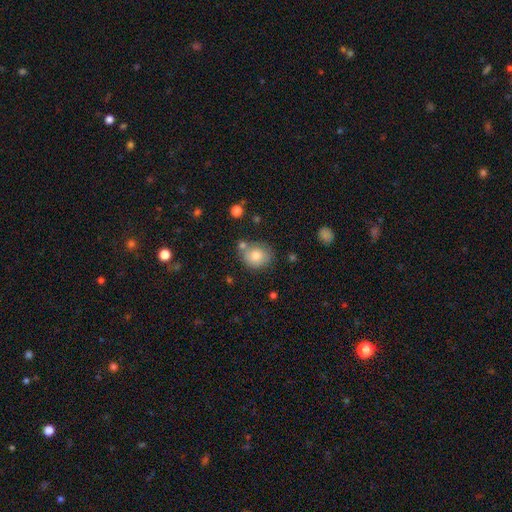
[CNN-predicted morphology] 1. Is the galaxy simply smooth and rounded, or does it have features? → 77% smooth, 14% featured or disk, 9% star or artifact.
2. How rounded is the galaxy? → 65% round, 34% in between, 1% cigar-shaped.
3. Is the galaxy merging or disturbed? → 63% none, 17% minor disturbance, 15% merger, 4% major disturbance.